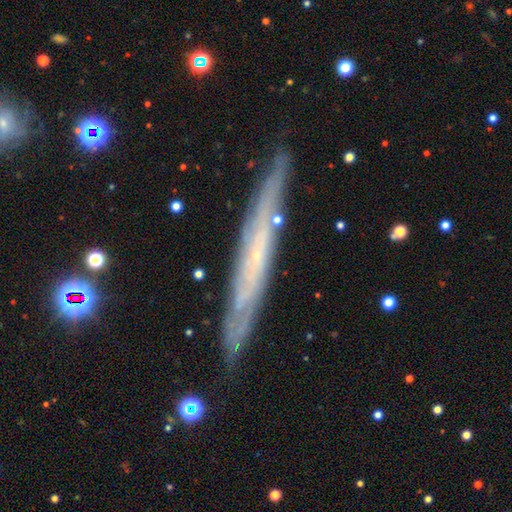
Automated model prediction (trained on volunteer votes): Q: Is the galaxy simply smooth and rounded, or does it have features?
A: featured or disk — 73%.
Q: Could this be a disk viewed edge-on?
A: yes — 77%.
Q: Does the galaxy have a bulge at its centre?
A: none — 72%.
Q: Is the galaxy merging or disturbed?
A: none — 85%.